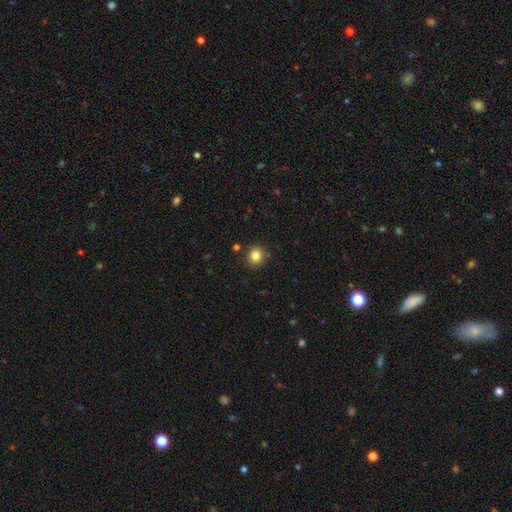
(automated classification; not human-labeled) smooth-or-featured: smooth: 83% | star or artifact: 11% | featured or disk: 5%
  how-rounded: round: 84% | in between: 15% | cigar-shaped: 1%
  merging: none: 88% | minor disturbance: 8% | merger: 2% | major disturbance: 2%